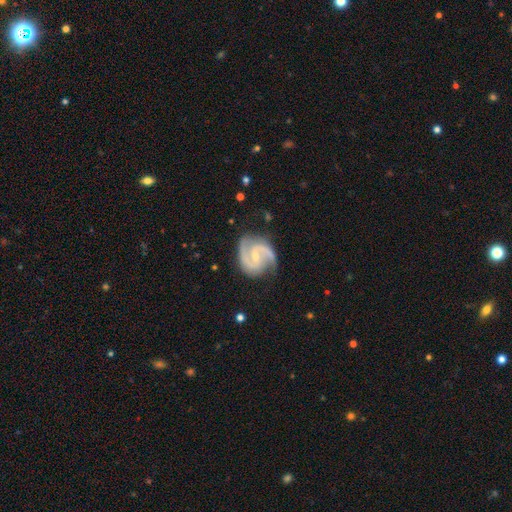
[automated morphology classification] smooth_or_featured: featured or disk (p=0.92) [alt: star or artifact p=0.04]
disk_edge_on: no (p=0.98) [alt: yes p=0.02]
bar: weak (p=0.46) [alt: no p=0.38]
has_spiral_arms: yes (p=0.98) [alt: no p=0.02]
spiral_winding: medium (p=0.59) [alt: tight p=0.30]
spiral_arm_count: 2 (p=0.90) [alt: 3 p=0.04]
bulge_size: small (p=0.61) [alt: moderate p=0.34]
merging: none (p=0.77) [alt: minor disturbance p=0.17]